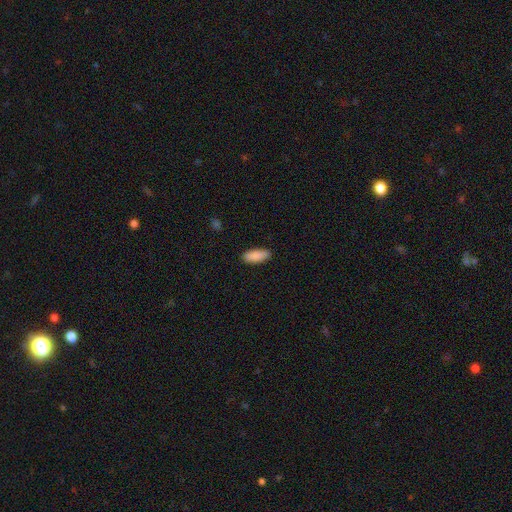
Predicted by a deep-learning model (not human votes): smooth 90%, star or artifact 6%, featured or disk 4%. Down the decision tree: how rounded — in between (77%); merging — none (88%).